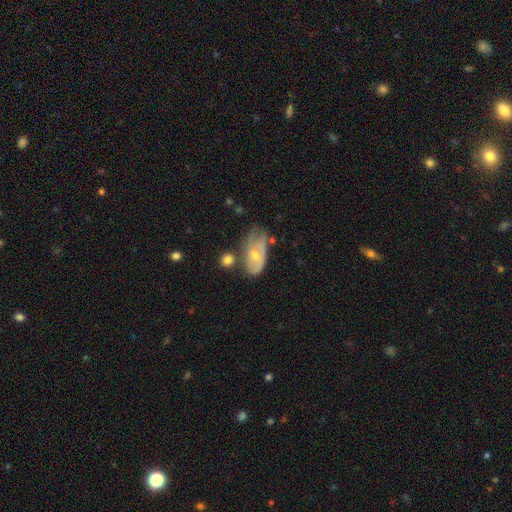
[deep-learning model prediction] Smooth or featured? featured or disk (55%)
Edge-on disk? no (92%)
Bar? no (67%)
Spiral arms? yes (63%)
Bulge size? small (49%)
Merging? none (37%)